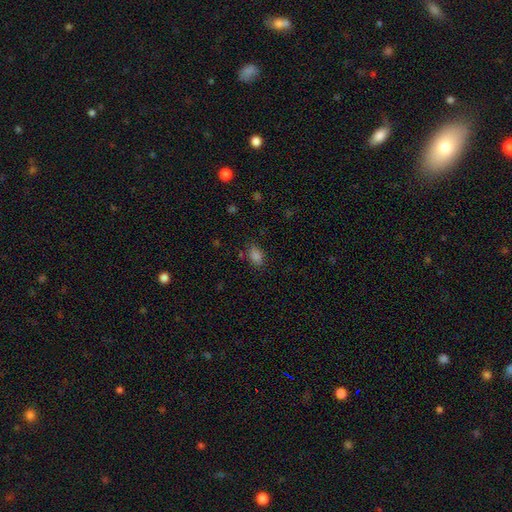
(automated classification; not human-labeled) Smooth or featured? smooth (82%)
How rounded? in between (84%)
Merging? none (79%)